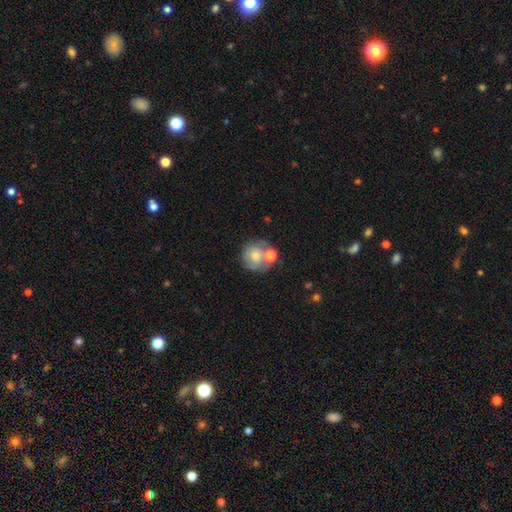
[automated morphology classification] Overall: smooth (65%; featured or disk 27%). How rounded: round (86%). Merging: none (47%; merger 31%).